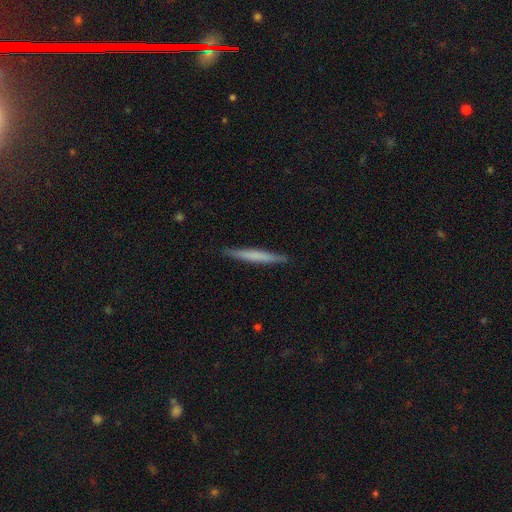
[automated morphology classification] Q: Smooth or featured?
A: smooth (61%); runner-up: featured or disk (33%)
Q: How rounded?
A: cigar-shaped (96%); runner-up: in between (2%)
Q: Merging?
A: none (90%); runner-up: minor disturbance (7%)